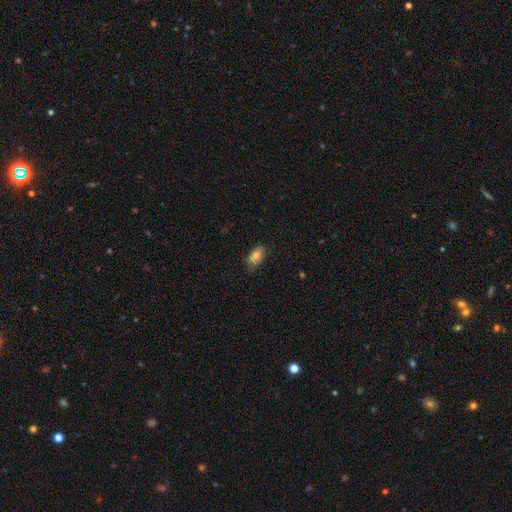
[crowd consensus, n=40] Morphology: type=smooth (70%); roundness=in between (96%); merging=none (68%).